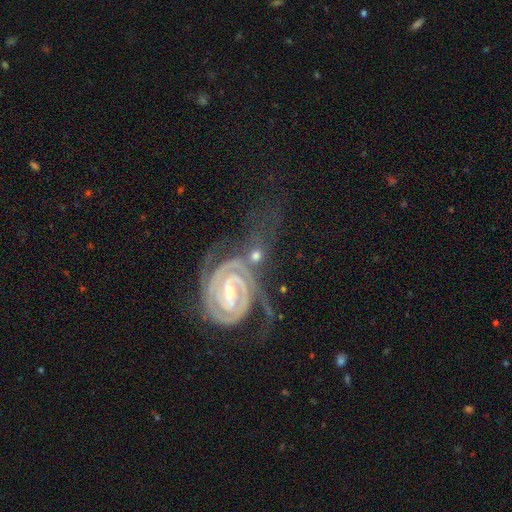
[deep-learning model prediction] Smooth or featured?
  - featured or disk: 71% *
  - smooth: 20%
  - star or artifact: 9%
Edge-on disk?
  - no: 96% *
  - yes: 4%
Bar?
  - weak: 37% *
  - strong: 36%
  - no: 28%
Spiral arms?
  - yes: 94% *
  - no: 6%
Spiral winding?
  - tight: 69% *
  - medium: 25%
  - loose: 6%
Spiral arm count?
  - 2: 68% *
  - can't tell: 11%
  - 3: 11%
  - 1: 4%
  - 4: 4%
  - more than 4: 3%
Bulge size?
  - small: 47% *
  - moderate: 45%
  - large: 5%
  - none: 2%
  - dominant: 2%
Merging?
  - none: 56% *
  - merger: 19%
  - minor disturbance: 15%
  - major disturbance: 10%